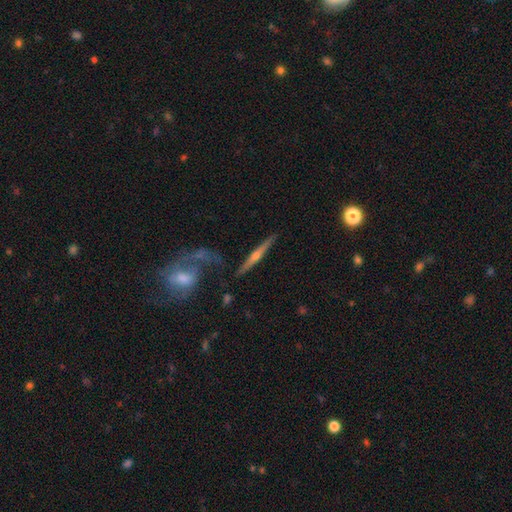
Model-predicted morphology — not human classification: smooth-or-featured: featured or disk: 79% | smooth: 15% | star or artifact: 6%
  disk-edge-on: yes: 95% | no: 5%
    edge-on-bulge: rounded: 87% | none: 9% | boxy: 5%
  merging: none: 75% | minor disturbance: 12% | merger: 8% | major disturbance: 5%